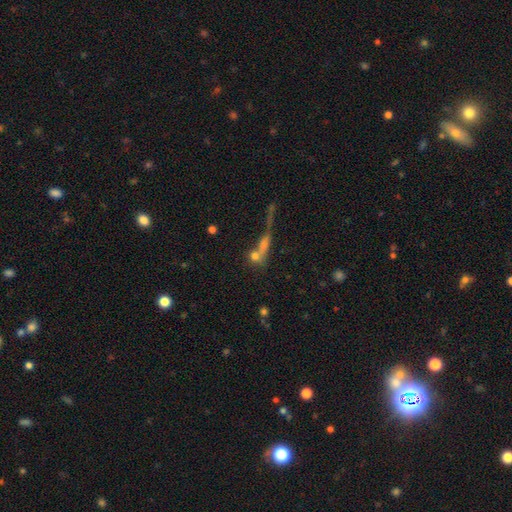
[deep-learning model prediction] The model was most divided on "merging": merger: 46%, none: 32%, major disturbance: 13%, minor disturbance: 9%. Remaining: smooth or featured — smooth (60%); how rounded — round (50%).